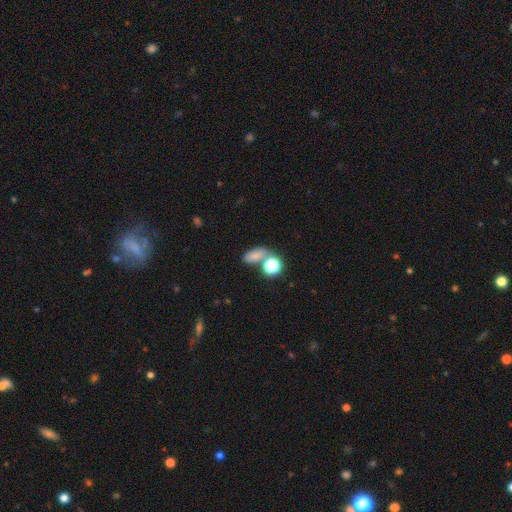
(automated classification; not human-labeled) smooth 71%, star or artifact 19%, featured or disk 9%. Down the decision tree: how rounded — in between (74%); merging — none (55%).